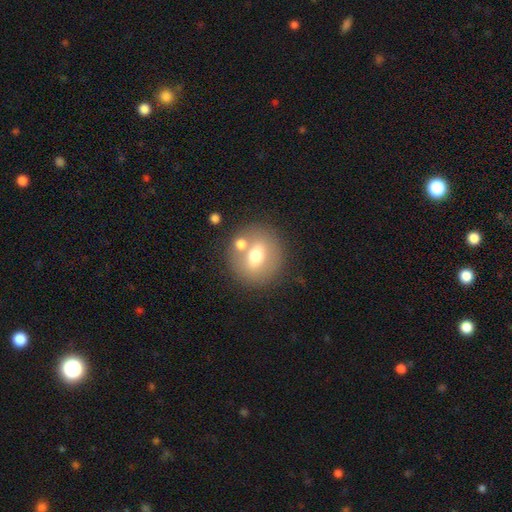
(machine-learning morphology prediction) A smooth galaxy with no disk features (59%) that is round (78%). Merging: none (71%).